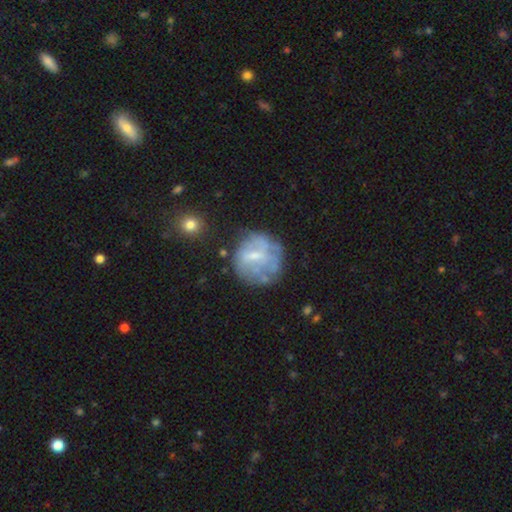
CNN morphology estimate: A featured or disk galaxy (54%) with no bar (56%), no spiral arms (73%) and a small central bulge (48%). Merging: none (55%).